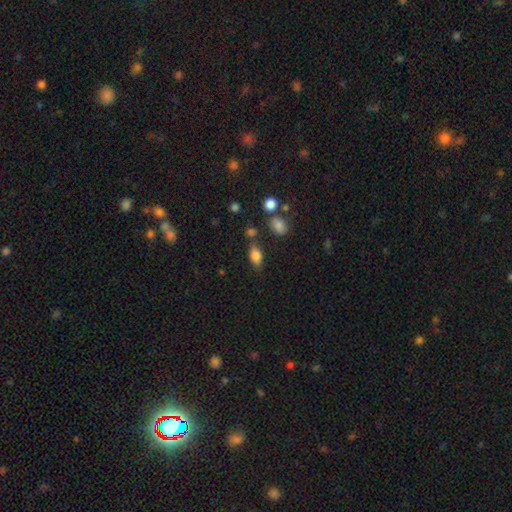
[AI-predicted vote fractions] This appears to be a smooth galaxy with no disk features (79%) that is in between round and cigar-shaped (85%). Merging: none (71%).